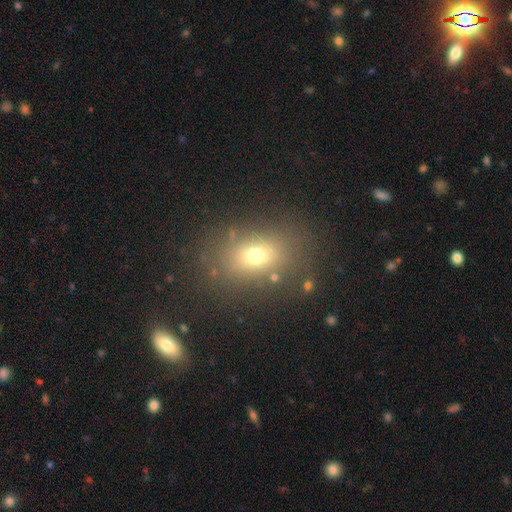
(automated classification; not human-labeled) Morphology: type=smooth (68%); roundness=in between (68%); merging=none (78%).